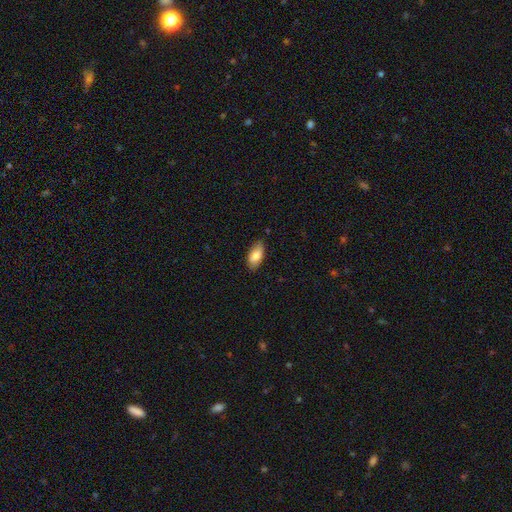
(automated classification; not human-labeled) Q: Smooth or featured?
A: smooth (78%); runner-up: featured or disk (15%)
Q: How rounded?
A: in between (91%); runner-up: cigar-shaped (7%)
Q: Merging?
A: none (78%); runner-up: minor disturbance (18%)